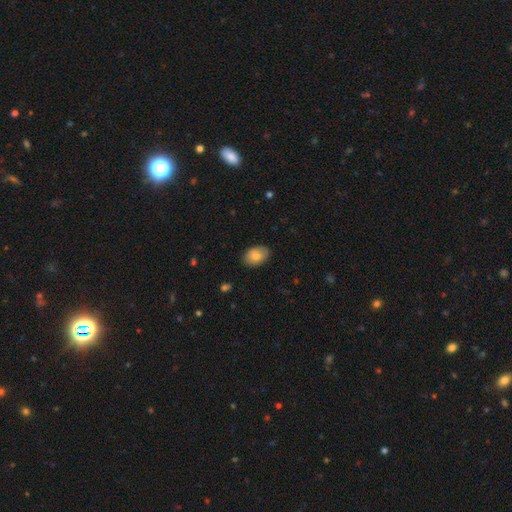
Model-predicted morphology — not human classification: smooth 79%, featured or disk 14%, star or artifact 7%. Down the decision tree: how rounded — in between (86%); merging — none (86%).